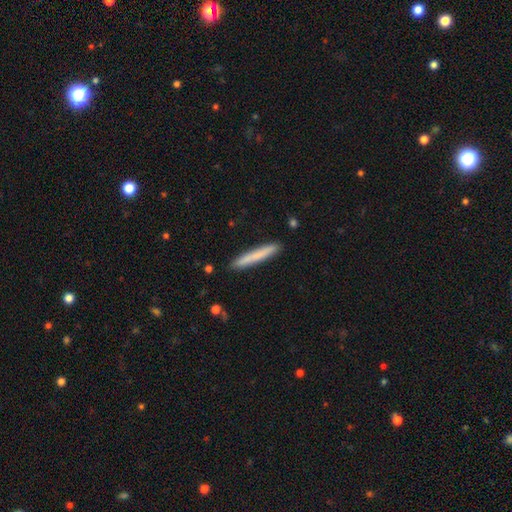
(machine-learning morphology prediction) The model was most divided on "smooth or featured": smooth: 76%, featured or disk: 19%, star or artifact: 6%. More confident: how rounded — cigar-shaped (96%); merging — none (91%).